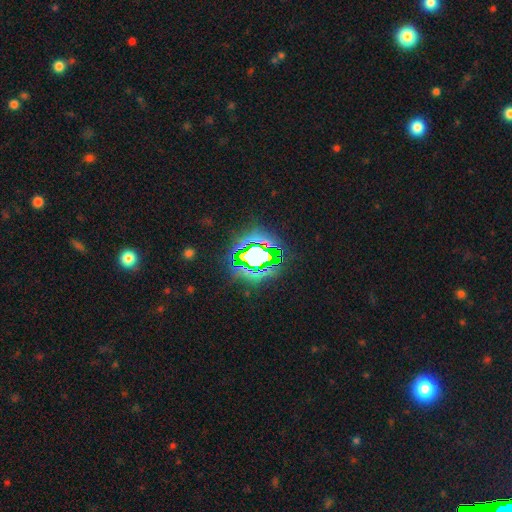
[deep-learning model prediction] Morphology: type=star or artifact (69%).